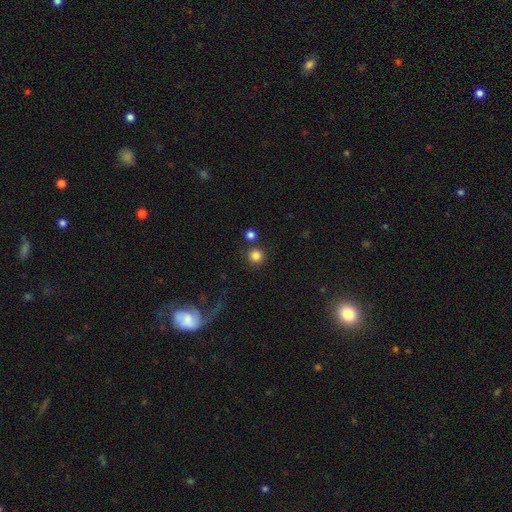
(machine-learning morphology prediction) Overall: smooth (83%). How rounded: round (95%). Merging: none (81%).